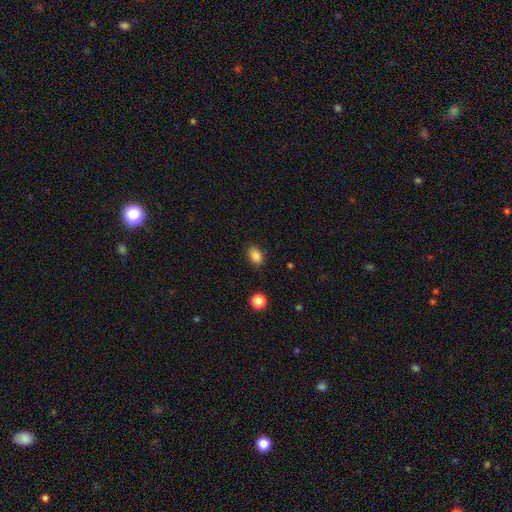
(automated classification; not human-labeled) Overall: smooth (86%). How rounded: in between (75%). Merging: none (85%).